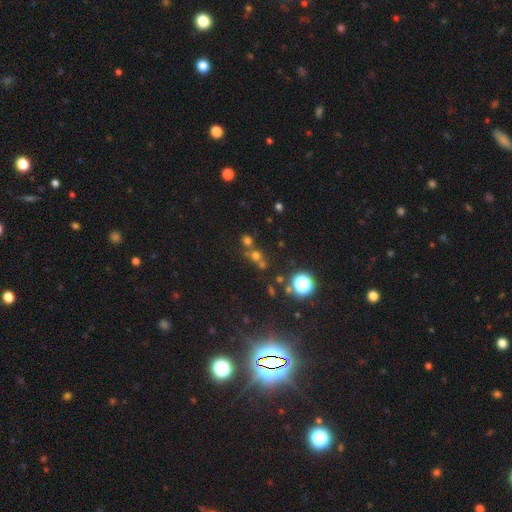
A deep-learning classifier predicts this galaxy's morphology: This is possibly a star or artifact rather than a galaxy (46%).